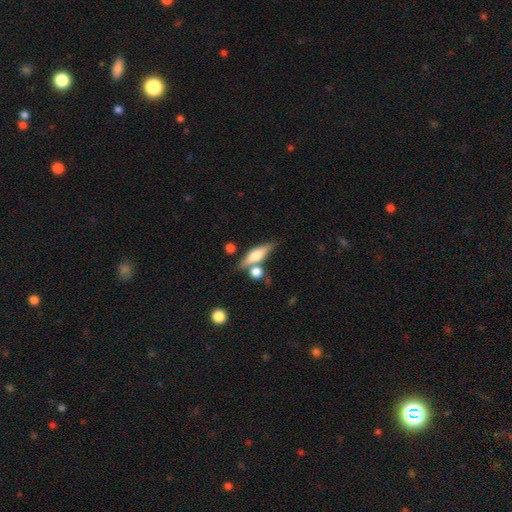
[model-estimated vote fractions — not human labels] A smooth galaxy with no disk features (48%).

Vote fractions:
- Smooth or featured? smooth: 48% / featured or disk: 45% / star or artifact: 7%
- Merging? none: 67% / merger: 17% / minor disturbance: 12% / major disturbance: 4%